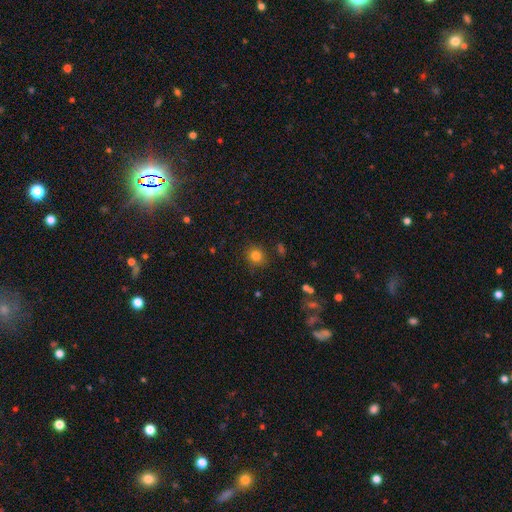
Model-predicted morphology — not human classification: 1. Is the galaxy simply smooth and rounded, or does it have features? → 80% smooth, 14% star or artifact, 6% featured or disk.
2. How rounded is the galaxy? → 85% round, 14% in between, 1% cigar-shaped.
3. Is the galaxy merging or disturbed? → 86% none, 9% minor disturbance, 3% major disturbance, 2% merger.